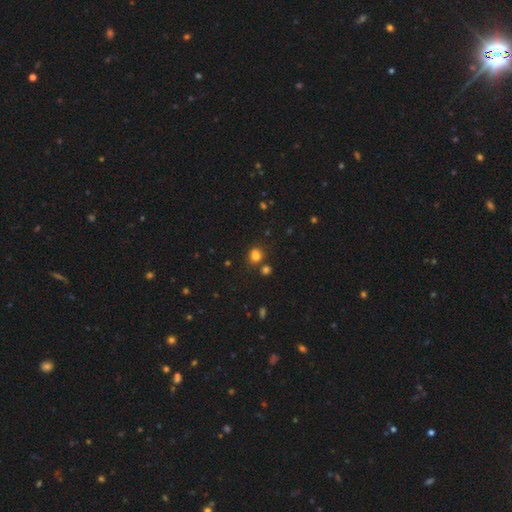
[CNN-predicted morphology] type=smooth (78%); roundness=round (63%); merging=none (67%).